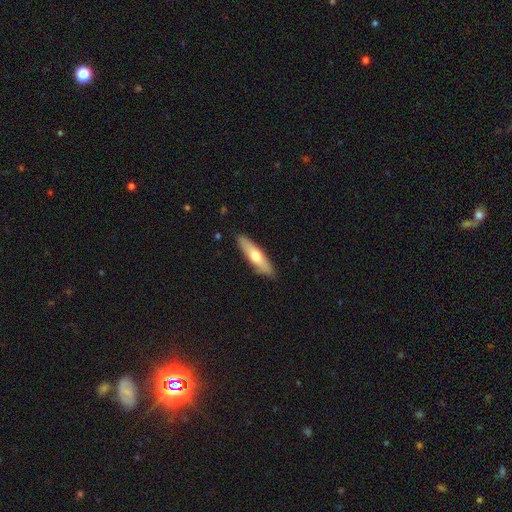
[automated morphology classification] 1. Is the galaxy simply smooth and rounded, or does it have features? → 58% smooth, 37% featured or disk, 5% star or artifact.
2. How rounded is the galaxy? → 75% cigar-shaped, 24% in between, 2% round.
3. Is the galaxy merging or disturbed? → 88% none, 9% minor disturbance, 2% major disturbance, 1% merger.